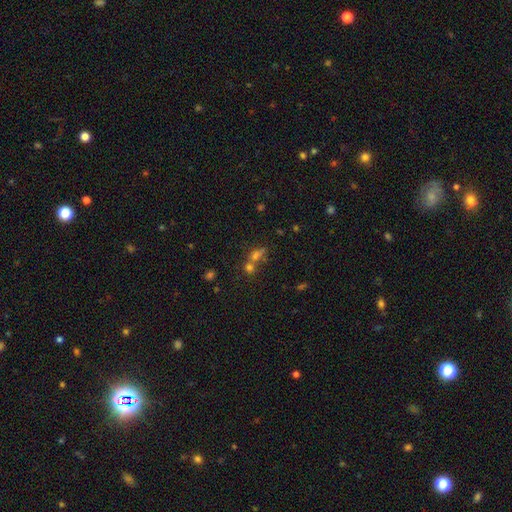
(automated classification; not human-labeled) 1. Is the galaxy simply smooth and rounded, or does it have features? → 54% smooth, 31% star or artifact, 15% featured or disk.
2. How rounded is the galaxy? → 54% round, 41% in between, 5% cigar-shaped.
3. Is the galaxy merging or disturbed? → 47% merger, 38% none, 9% minor disturbance, 6% major disturbance.